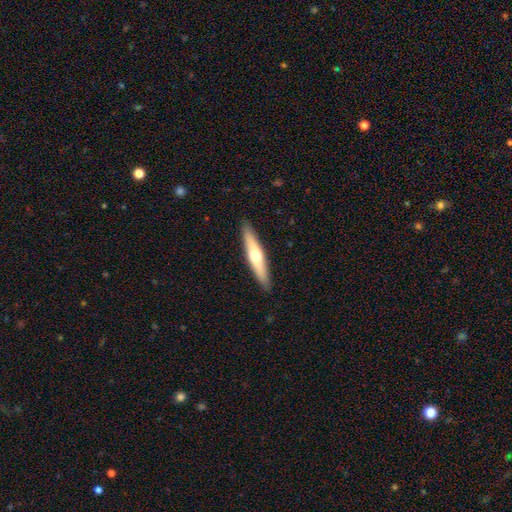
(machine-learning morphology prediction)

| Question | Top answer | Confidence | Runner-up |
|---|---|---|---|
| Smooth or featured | featured or disk | 48% | smooth (47%) |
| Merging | none | 91% | minor disturbance (7%) |